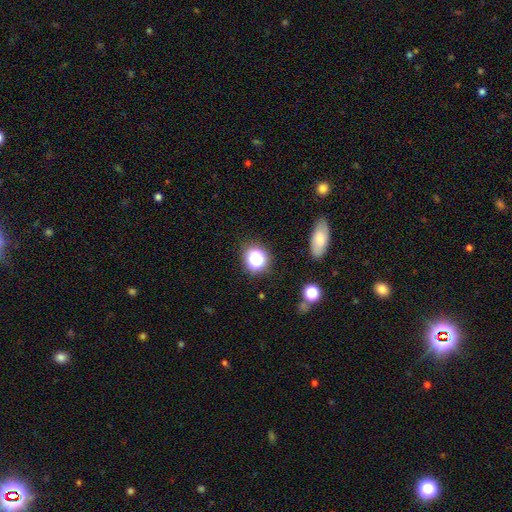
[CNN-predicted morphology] The model was most divided on "smooth or featured": smooth: 55%, star or artifact: 37%, featured or disk: 8%. More confident: merging — none (80%); how rounded — round (79%).